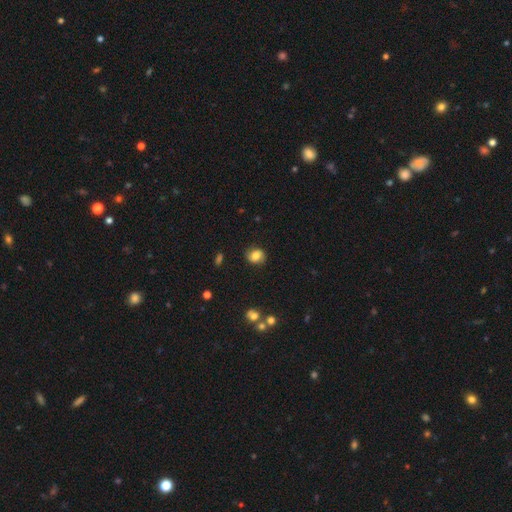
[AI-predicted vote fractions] smooth 78%, featured or disk 13%, star or artifact 10%. Down the decision tree: how rounded — round (63%); merging — none (83%).